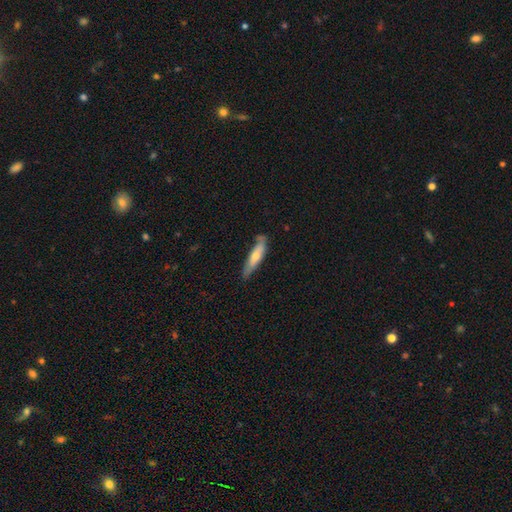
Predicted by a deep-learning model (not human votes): Smooth or featured? Predicted: smooth (p=0.60). How rounded? Predicted: cigar-shaped (p=0.77). Merging? Predicted: none (p=0.68).